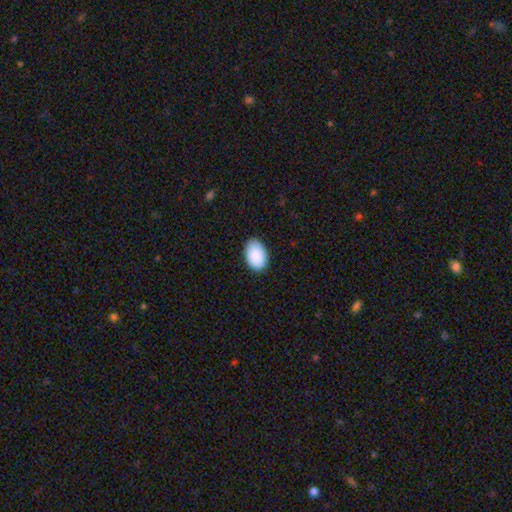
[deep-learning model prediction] This appears to be a smooth galaxy with no disk features (90%) that is in between round and cigar-shaped (90%). Merging: none (84%).